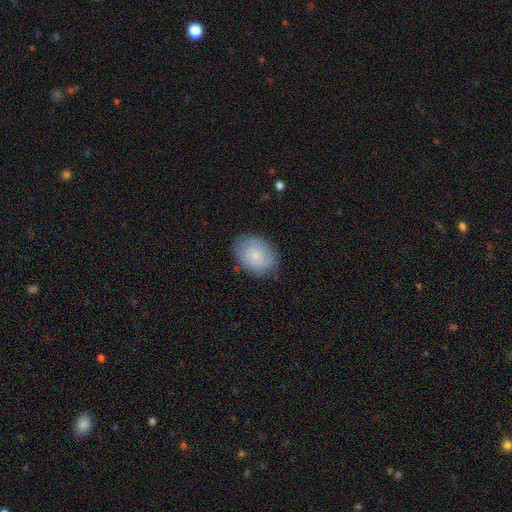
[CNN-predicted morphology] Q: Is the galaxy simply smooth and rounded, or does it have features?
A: smooth — 66%.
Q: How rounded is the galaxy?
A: in between — 71%.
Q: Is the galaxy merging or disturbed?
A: none — 77%.